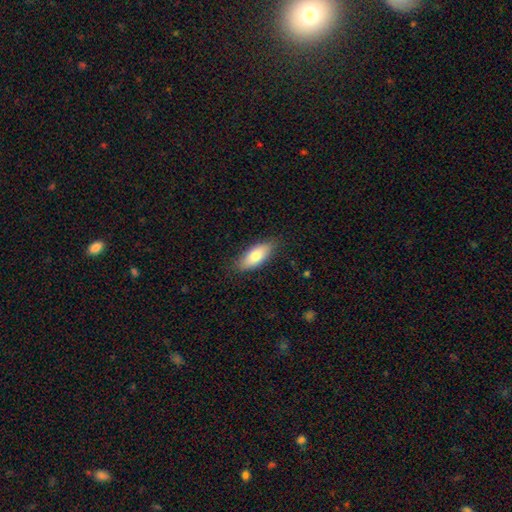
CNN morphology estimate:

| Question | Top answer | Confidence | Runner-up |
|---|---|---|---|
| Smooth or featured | smooth | 78% | featured or disk (16%) |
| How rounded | in between | 82% | cigar-shaped (16%) |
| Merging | none | 84% | minor disturbance (13%) |